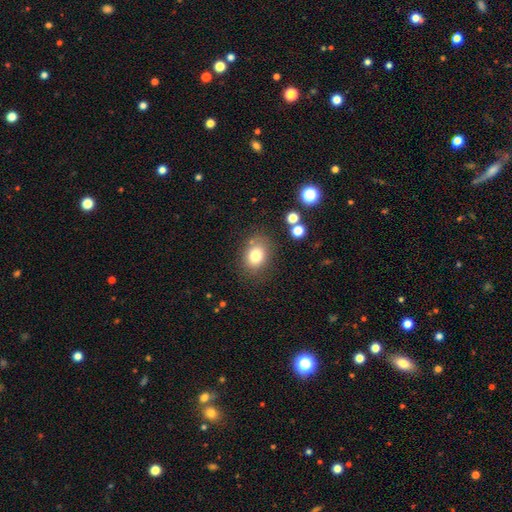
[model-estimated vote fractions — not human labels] A smooth galaxy with no disk features (78%) that is in between round and cigar-shaped (58%). Merging: none (76%).